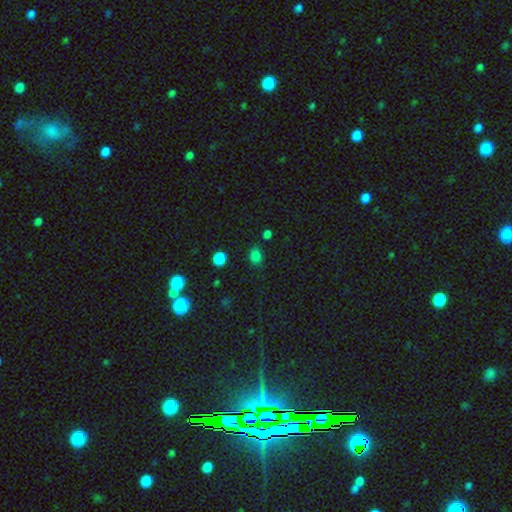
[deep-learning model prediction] Overall: smooth (78%). How rounded: in between (54%; round 45%). Merging: none (79%).